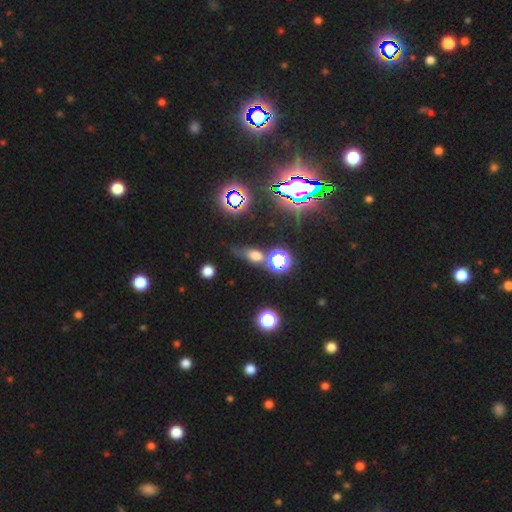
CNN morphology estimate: Q: Smooth or featured?
A: smooth (55%); runner-up: star or artifact (32%)
Q: How rounded?
A: in between (52%); runner-up: round (40%)
Q: Merging?
A: none (51%); runner-up: minor disturbance (22%)